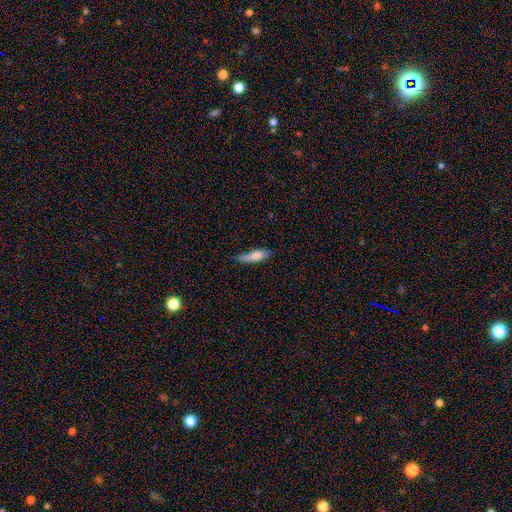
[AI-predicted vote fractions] Smooth or featured?
  - smooth: 77% *
  - featured or disk: 17%
  - star or artifact: 7%
How rounded?
  - cigar-shaped: 50% *
  - in between: 48%
  - round: 2%
Merging?
  - none: 54% *
  - minor disturbance: 34%
  - major disturbance: 9%
  - merger: 3%